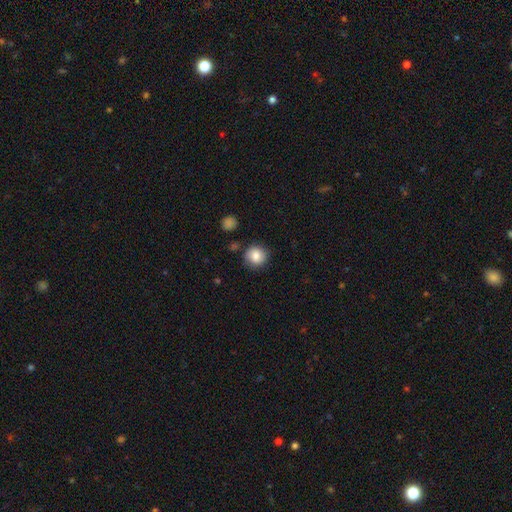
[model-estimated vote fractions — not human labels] This is clearly a smooth galaxy (82%). How rounded: clearly round (90%). Merging: clearly none (82%).